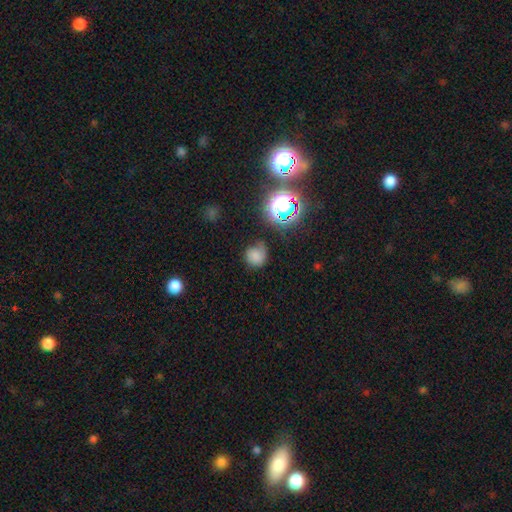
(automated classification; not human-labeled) Smooth or featured: smooth — 66% (star or artifact — 18%)
How rounded: round — 81% (in between — 18%)
Merging: none — 57% (minor disturbance — 25%)